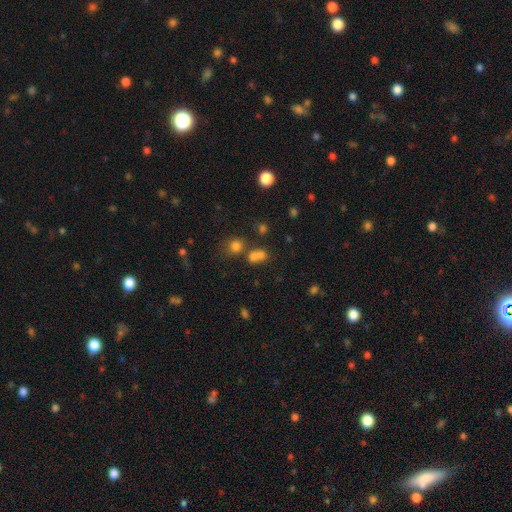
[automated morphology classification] A smooth galaxy with no disk features (63%) that is round (75%).

Vote fractions:
- Smooth or featured? smooth: 63% / star or artifact: 25% / featured or disk: 13%
- How rounded? round: 75% / in between: 23% / cigar-shaped: 1%
- Merging? none: 45% / merger: 43% / minor disturbance: 8% / major disturbance: 4%